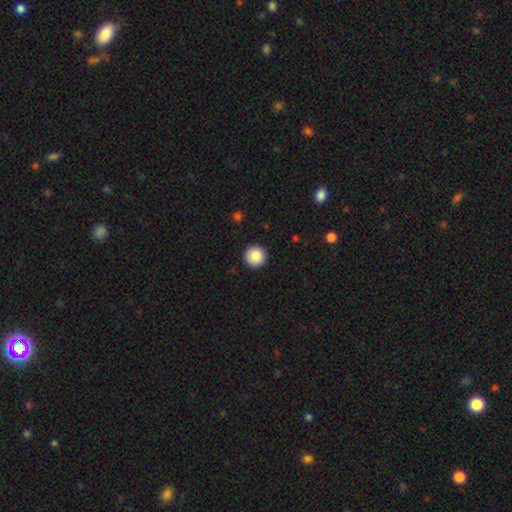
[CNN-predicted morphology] Smooth or featured?
  - smooth: 86% *
  - star or artifact: 8%
  - featured or disk: 5%
How rounded?
  - round: 96% *
  - in between: 3%
  - cigar-shaped: 1%
Merging?
  - none: 93% *
  - minor disturbance: 5%
  - major disturbance: 2%
  - merger: 1%